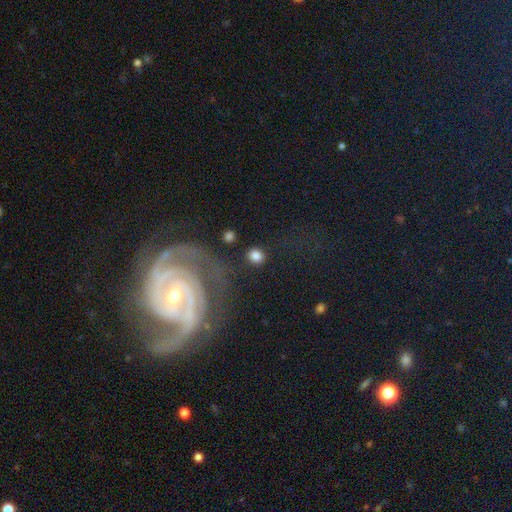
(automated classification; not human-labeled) smooth_or_featured: smooth (p=0.83) [alt: star or artifact p=0.10]
how_rounded: round (p=0.80) [alt: in between p=0.19]
merging: none (p=0.84) [alt: minor disturbance p=0.08]